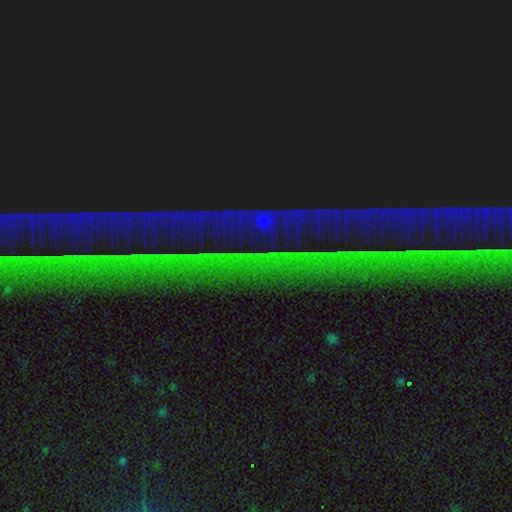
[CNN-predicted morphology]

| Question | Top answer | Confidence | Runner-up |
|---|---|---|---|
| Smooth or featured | star or artifact | 88% | featured or disk (7%) |